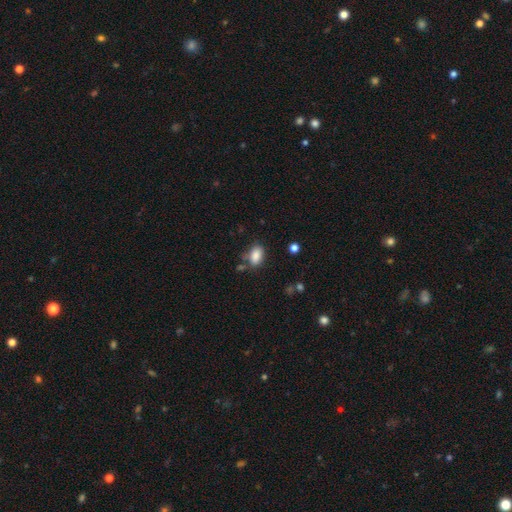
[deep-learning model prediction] The model was most divided on "merging": none: 69%, minor disturbance: 18%, merger: 8%, major disturbance: 5%. More confident: how rounded — in between (89%); smooth or featured — smooth (86%).